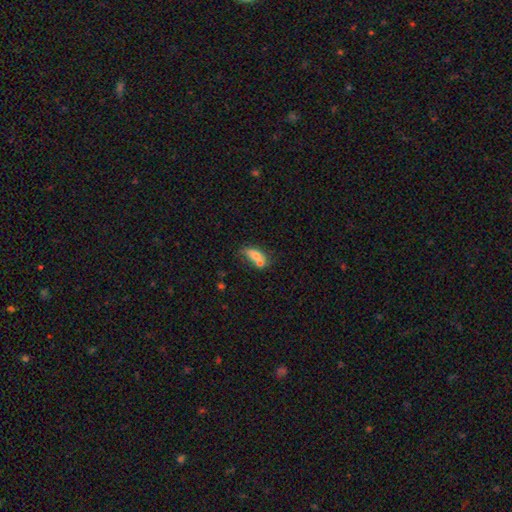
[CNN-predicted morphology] Q: Smooth or featured?
A: smooth (69%); runner-up: featured or disk (22%)
Q: How rounded?
A: in between (80%); runner-up: round (11%)
Q: Merging?
A: merger (48%); runner-up: none (29%)